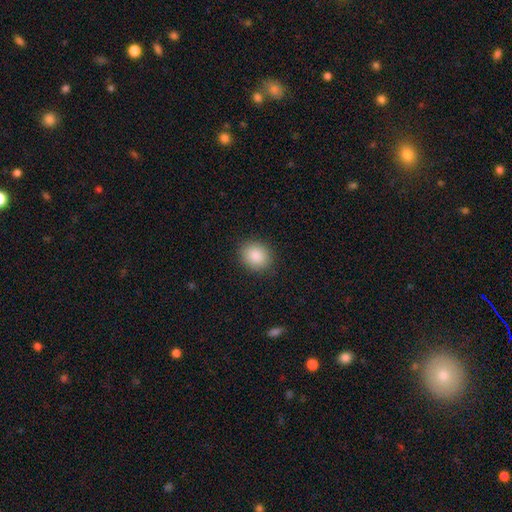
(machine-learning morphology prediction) Smooth or featured? smooth (89%)
How rounded? round (65%)
Merging? none (88%)